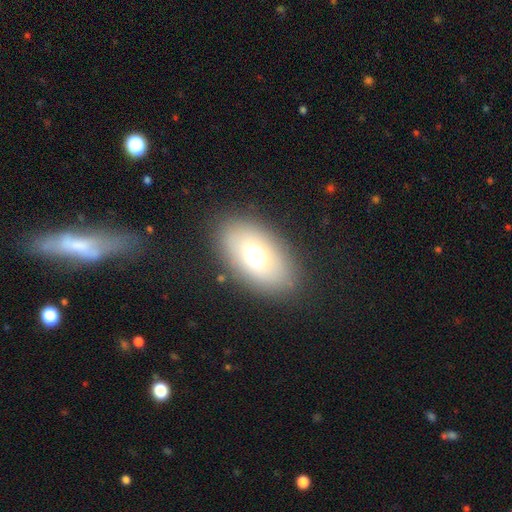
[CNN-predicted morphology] This appears to be a smooth galaxy with no disk features (69%) that is in between round and cigar-shaped (91%). Merging: none (85%).